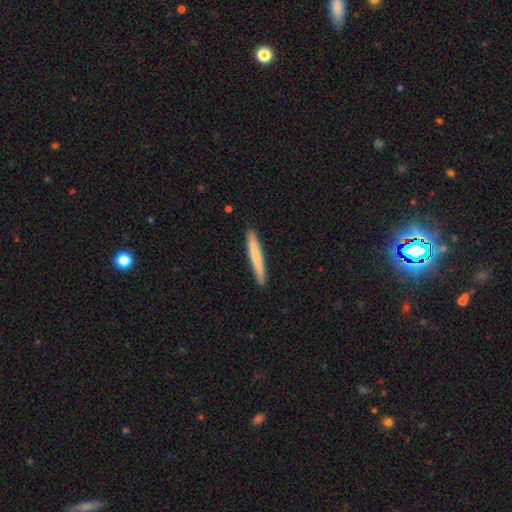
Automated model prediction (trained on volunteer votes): The model was most divided on "smooth or featured": smooth: 71%, featured or disk: 23%, star or artifact: 5%. More confident: how rounded — cigar-shaped (96%); merging — none (91%).